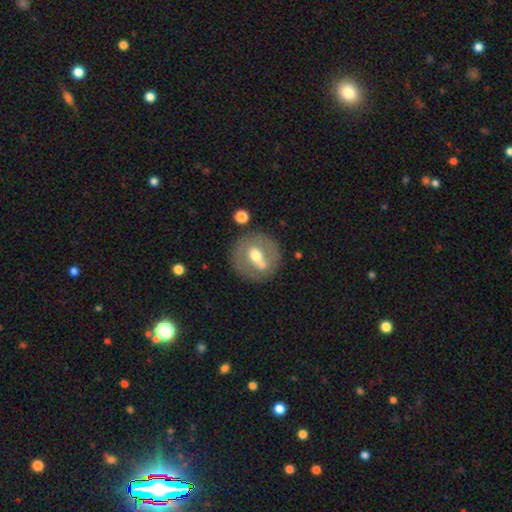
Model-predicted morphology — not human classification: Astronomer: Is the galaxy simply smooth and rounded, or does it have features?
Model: featured or disk — 51% (runner-up: smooth, 42%).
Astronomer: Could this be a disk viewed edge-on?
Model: no — 90%.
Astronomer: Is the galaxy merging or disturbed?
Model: none — 72%.